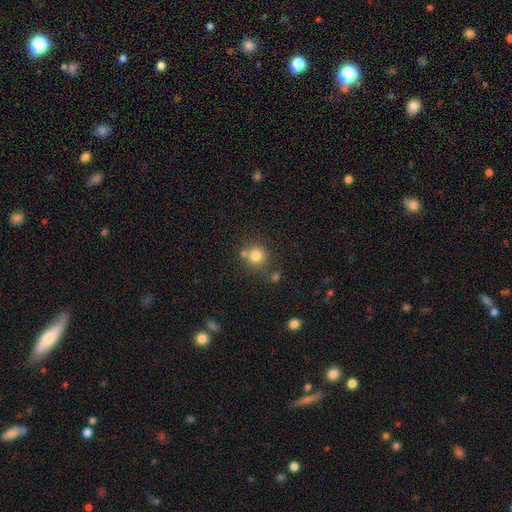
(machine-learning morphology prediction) smooth 80%, star or artifact 12%, featured or disk 8%. Down the decision tree: how rounded — round (91%); merging — none (66%).